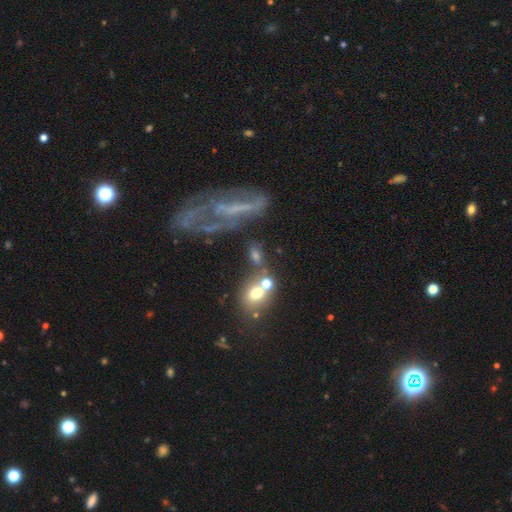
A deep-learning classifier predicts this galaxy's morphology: A smooth galaxy with no disk features (45%).

Vote fractions:
- Smooth or featured? smooth: 45% / featured or disk: 34% / star or artifact: 21%
- Merging? none: 37% / merger: 30% / major disturbance: 18% / minor disturbance: 15%